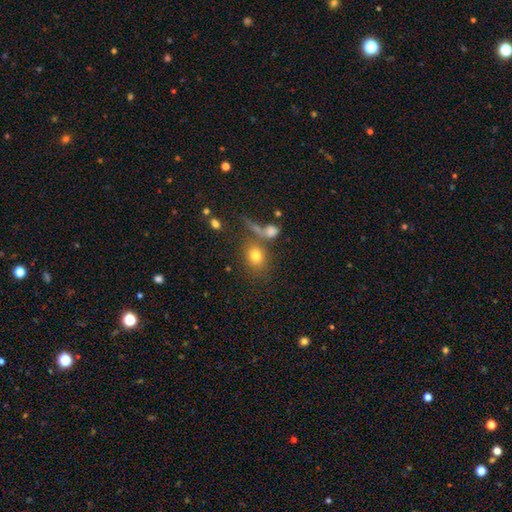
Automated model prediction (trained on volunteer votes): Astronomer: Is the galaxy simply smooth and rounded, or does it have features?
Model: smooth — 76%.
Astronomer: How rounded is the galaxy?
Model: round — 57% (runner-up: in between, 41%).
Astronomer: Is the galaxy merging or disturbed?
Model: none — 58%.